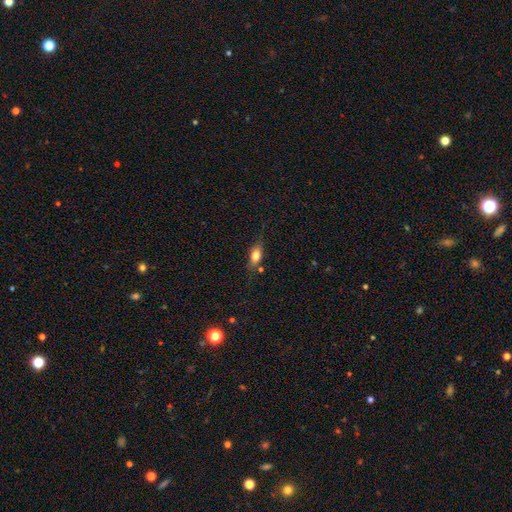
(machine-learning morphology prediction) A smooth galaxy with no disk features (72%) that is in between round and cigar-shaped (77%). Merging: none (68%).